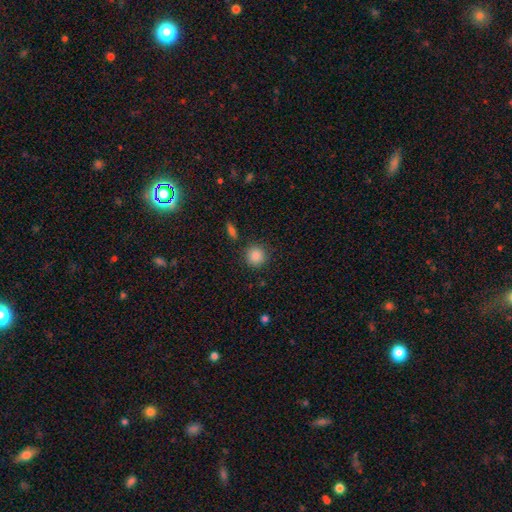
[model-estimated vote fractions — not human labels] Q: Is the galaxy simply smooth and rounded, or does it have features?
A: smooth — 87%.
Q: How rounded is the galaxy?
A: round — 92%.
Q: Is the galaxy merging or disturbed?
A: none — 87%.